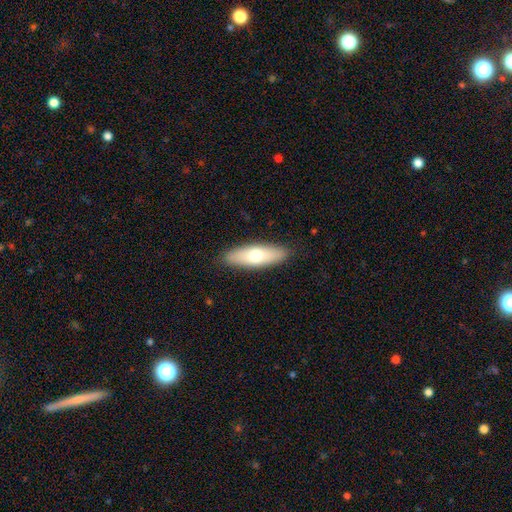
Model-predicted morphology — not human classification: A smooth galaxy with no disk features (66%) that is in between round and cigar-shaped (54%). Merging: none (88%).